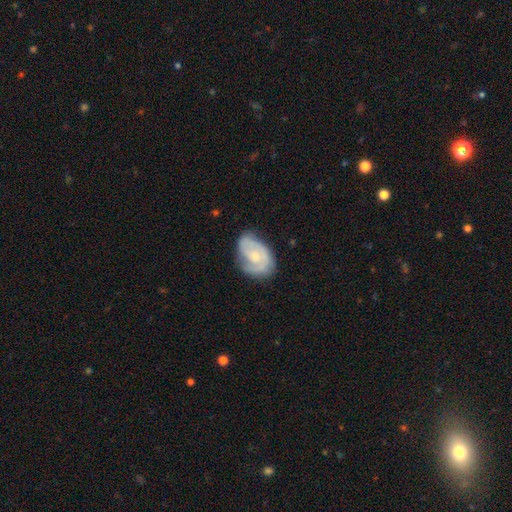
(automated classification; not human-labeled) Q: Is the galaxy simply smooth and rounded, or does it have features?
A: featured or disk — 70%.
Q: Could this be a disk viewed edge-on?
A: no — 97%.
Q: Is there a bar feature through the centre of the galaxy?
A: no — 69%.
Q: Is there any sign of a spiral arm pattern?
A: yes — 89%.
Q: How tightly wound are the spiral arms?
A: tight — 52%.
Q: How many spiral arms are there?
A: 2 — 47%.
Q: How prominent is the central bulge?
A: small — 59%.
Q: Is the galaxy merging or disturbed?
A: none — 61%.